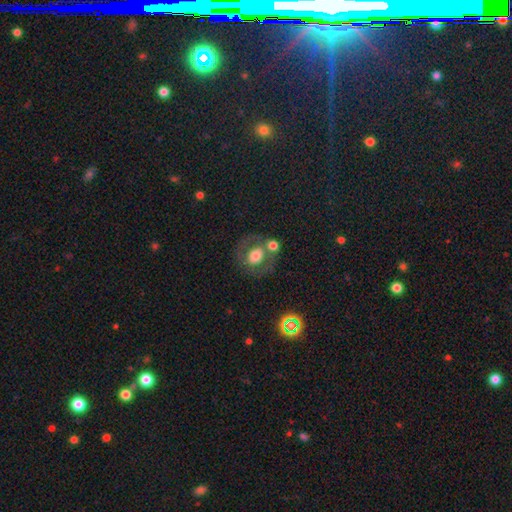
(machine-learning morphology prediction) Smooth or featured? smooth (53%)
How rounded? round (64%)
Merging? none (54%)